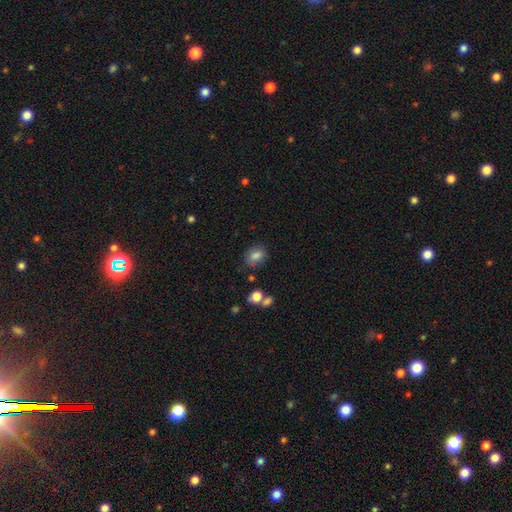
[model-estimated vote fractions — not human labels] smooth 81%, star or artifact 10%, featured or disk 8%. Down the decision tree: how rounded — in between (72%); merging — none (74%).